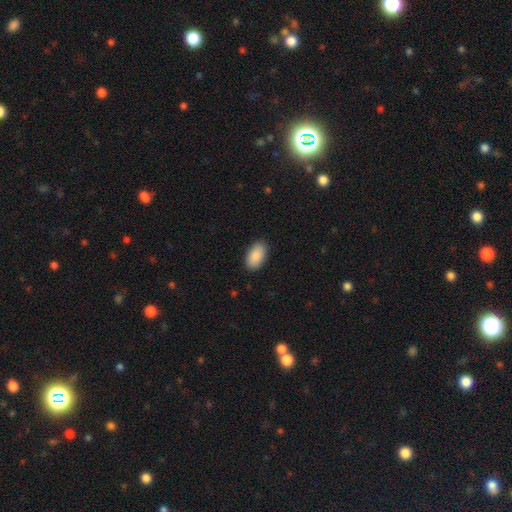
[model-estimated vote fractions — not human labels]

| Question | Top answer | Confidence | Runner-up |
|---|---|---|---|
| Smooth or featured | smooth | 90% | star or artifact (6%) |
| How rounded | in between | 95% | round (3%) |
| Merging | none | 88% | minor disturbance (9%) |